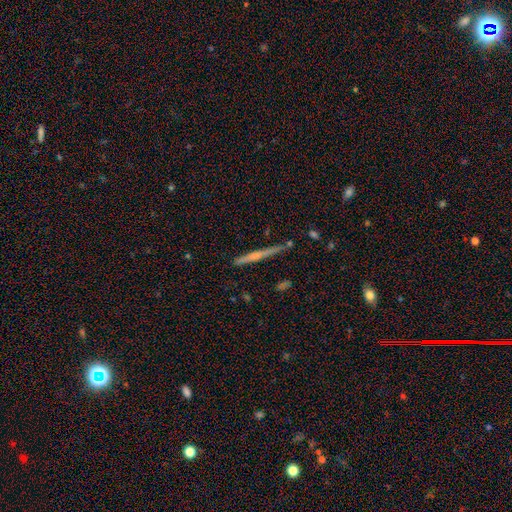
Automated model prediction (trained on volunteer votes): Smooth or featured: featured or disk — 60% (smooth — 33%)
Edge-on disk: yes — 98% (no — 2%)
Edge-on bulge: rounded — 48% (none — 45%)
Merging: none — 86% (minor disturbance — 10%)